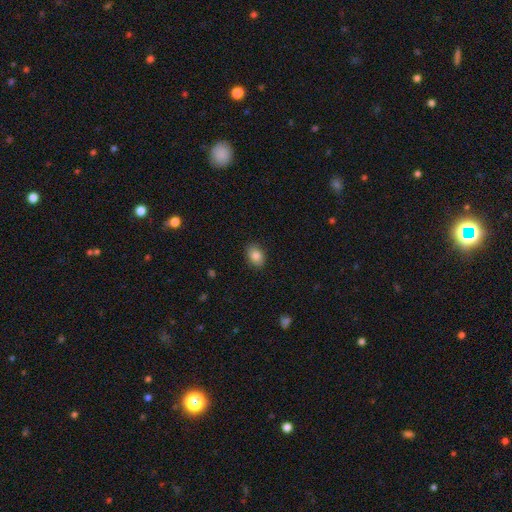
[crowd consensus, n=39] smooth-or-featured: smooth: 97% | star or artifact: 3% | featured or disk: 0%
  how-rounded: in between: 63% | round: 37% | cigar-shaped: 0%
  merging: none: 87% | minor disturbance: 8% | major disturbance: 5% | merger: 0%